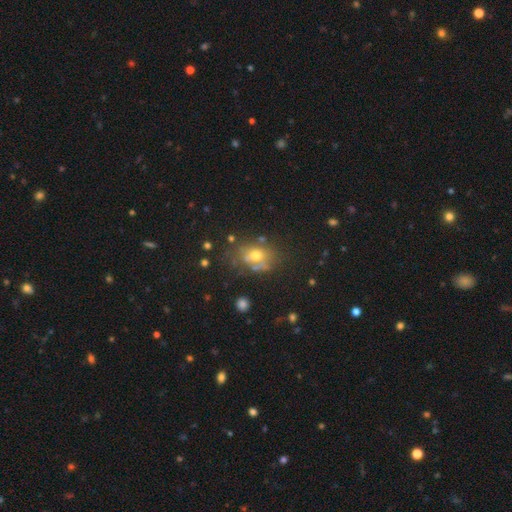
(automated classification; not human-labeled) Smooth or featured? smooth (56%)
How rounded? in between (63%)
Merging? none (55%)